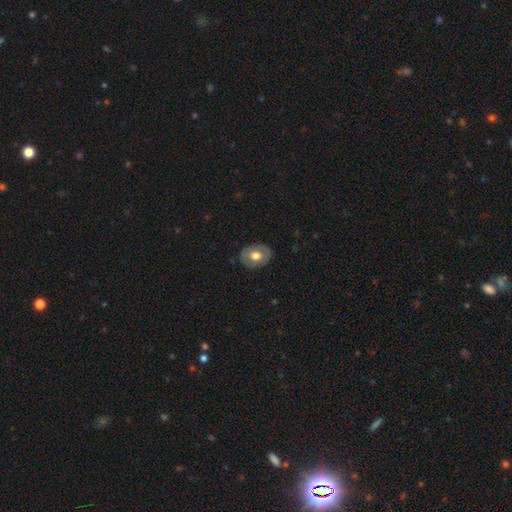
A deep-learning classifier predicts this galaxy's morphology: This appears to be a smooth galaxy with no disk features (57%) that is in between round and cigar-shaped (64%). Merging: none (81%).